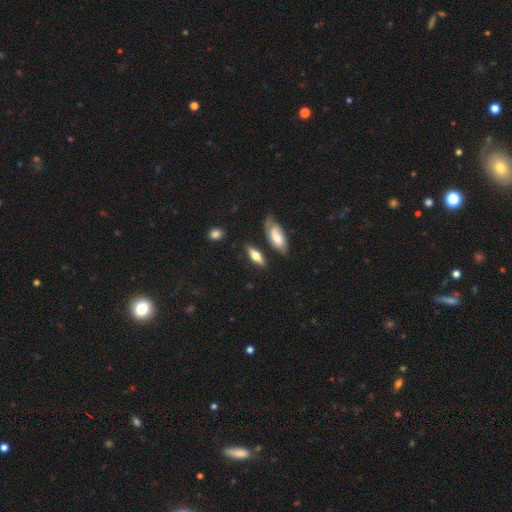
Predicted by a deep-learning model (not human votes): Overall: smooth (56%; featured or disk 37%). How rounded: in between (63%; cigar-shaped 34%). Merging: none (72%).